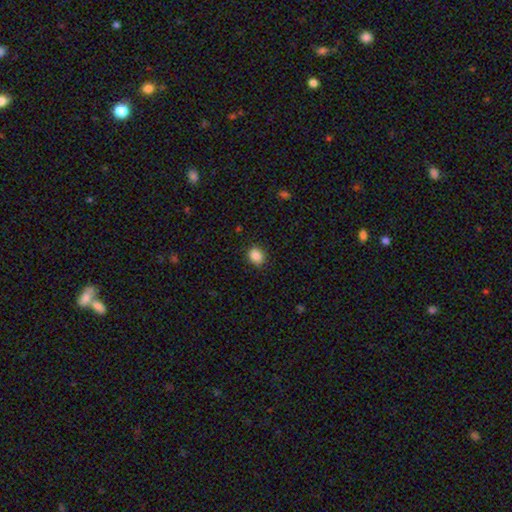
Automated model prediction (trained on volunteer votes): This appears to be a smooth galaxy with no disk features (88%) that is round (55%). Merging: none (85%).